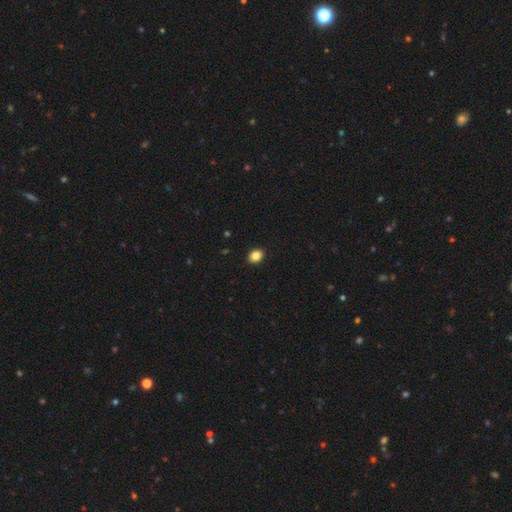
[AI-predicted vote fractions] This is clearly a smooth galaxy (85%). How rounded: possibly in between (56%). Merging: clearly none (91%).